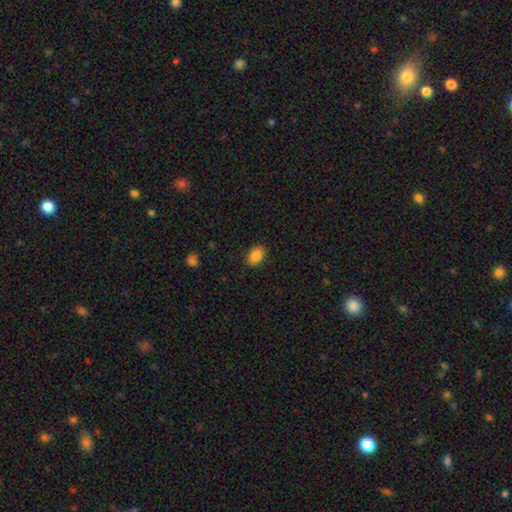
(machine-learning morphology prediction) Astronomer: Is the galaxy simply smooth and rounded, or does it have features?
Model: smooth — 87%.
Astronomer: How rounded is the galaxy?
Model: in between — 89%.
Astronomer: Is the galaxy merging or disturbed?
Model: none — 88%.